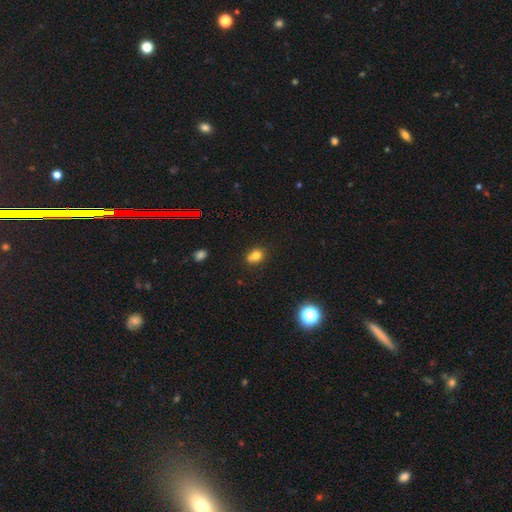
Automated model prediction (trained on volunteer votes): Overall: smooth (75%). How rounded: round (62%; in between 37%). Merging: none (58%; merger 19%).